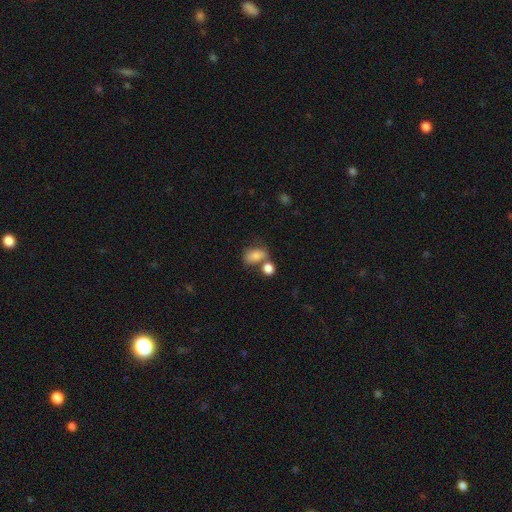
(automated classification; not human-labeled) The model was most divided on "merging": none: 44%, merger: 34%, minor disturbance: 16%, major disturbance: 7%. More confident: smooth or featured — smooth (81%); how rounded — in between (81%).